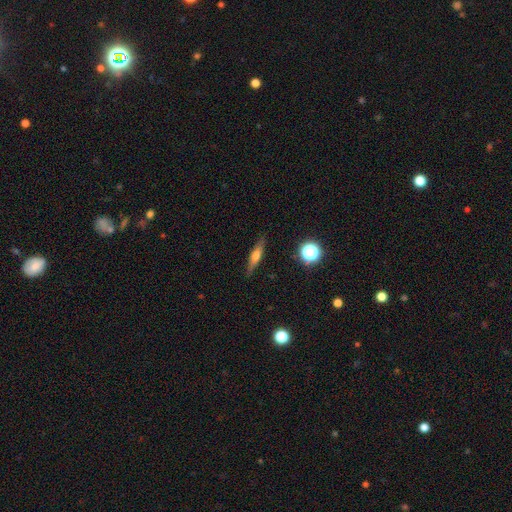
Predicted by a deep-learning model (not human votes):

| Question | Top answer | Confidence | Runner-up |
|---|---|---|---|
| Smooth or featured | featured or disk | 52% | smooth (39%) |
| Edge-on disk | yes | 94% | no (6%) |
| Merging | none | 88% | minor disturbance (9%) |